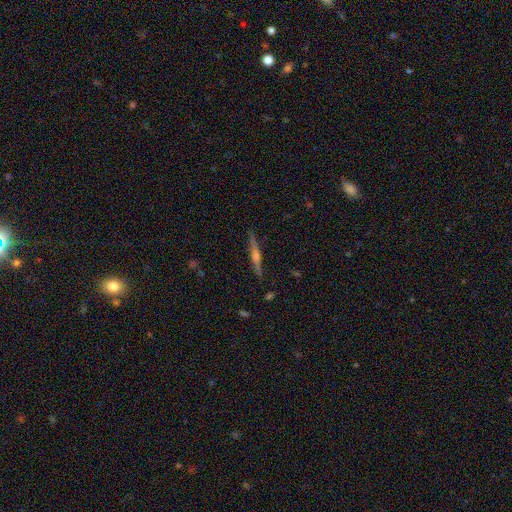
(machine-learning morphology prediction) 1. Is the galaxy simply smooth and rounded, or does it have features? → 73% featured or disk, 20% smooth, 7% star or artifact.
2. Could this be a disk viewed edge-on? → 98% yes, 2% no.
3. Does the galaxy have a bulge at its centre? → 77% rounded, 13% boxy, 9% none.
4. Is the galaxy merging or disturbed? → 90% none, 7% minor disturbance, 2% major disturbance, 1% merger.